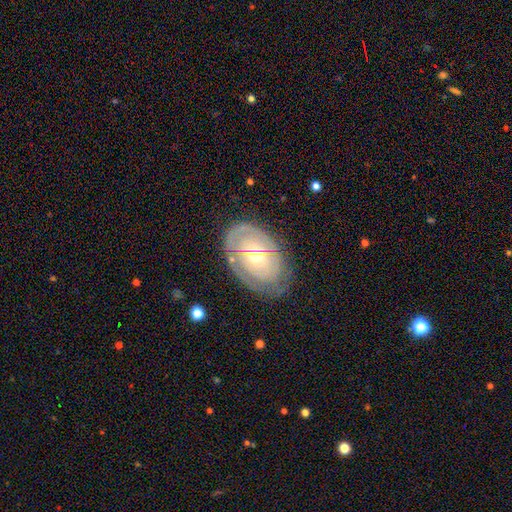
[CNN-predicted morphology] A featured or disk galaxy (75%) with no bar (50%), tight (75%) spiral arms (74%) and a small central bulge (53%).

Vote fractions:
- Smooth or featured? featured or disk: 75% / smooth: 19% / star or artifact: 7%
- Edge-on disk? no: 95% / yes: 5%
- Bar? no: 50% / weak: 39% / strong: 11%
- Spiral arms? yes: 74% / no: 26%
- Spiral winding? tight: 75% / medium: 18% / loose: 7%
- Spiral arm count? can't tell: 56% / 2: 22% / 3: 8% / 1: 7% / 4: 4% / more than 4: 3%
- Bulge size? small: 53% / moderate: 43% / large: 2% / none: 1% / dominant: 1%
- Merging? none: 67% / minor disturbance: 21% / major disturbance: 9% / merger: 3%